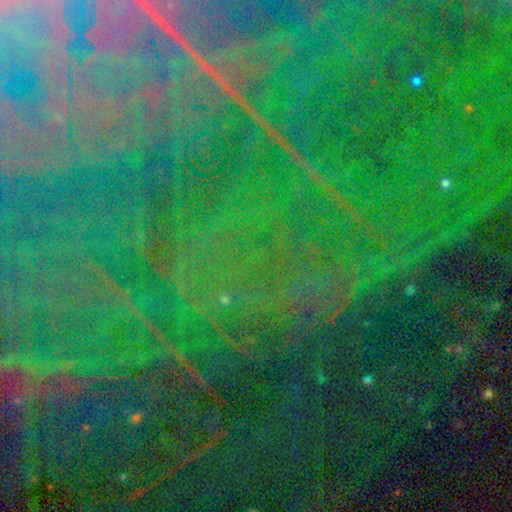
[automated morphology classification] A star or artifact, not a galaxy (88%).

Vote fractions:
- Smooth or featured? star or artifact: 88% / featured or disk: 7% / smooth: 6%